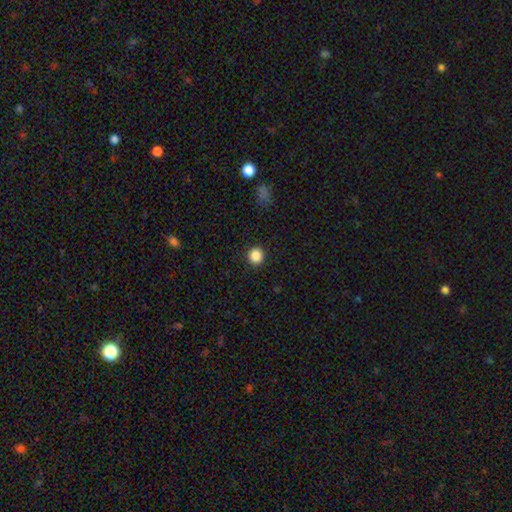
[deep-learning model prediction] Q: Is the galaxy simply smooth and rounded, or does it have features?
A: smooth — 86%.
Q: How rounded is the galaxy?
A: round — 90%.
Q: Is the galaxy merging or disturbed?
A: none — 92%.